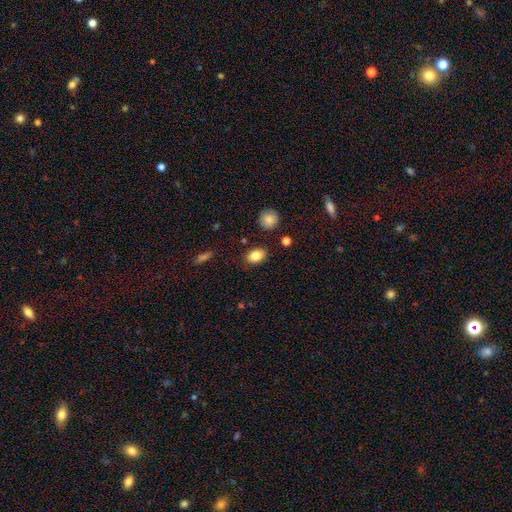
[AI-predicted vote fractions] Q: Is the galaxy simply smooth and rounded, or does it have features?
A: smooth — 84%.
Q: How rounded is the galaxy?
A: in between — 81%.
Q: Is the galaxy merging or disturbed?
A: none — 85%.